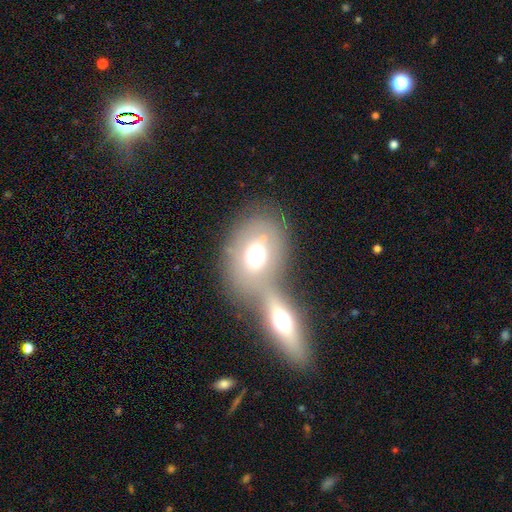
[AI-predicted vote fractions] Smooth or featured? smooth (63%)
How rounded? in between (60%)
Merging? merger (61%)